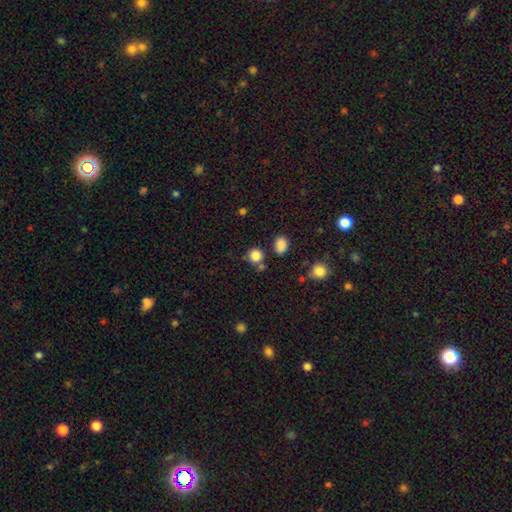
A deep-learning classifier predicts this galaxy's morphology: smooth 83%, star or artifact 12%, featured or disk 5%. Down the decision tree: how rounded — round (86%); merging — none (71%).